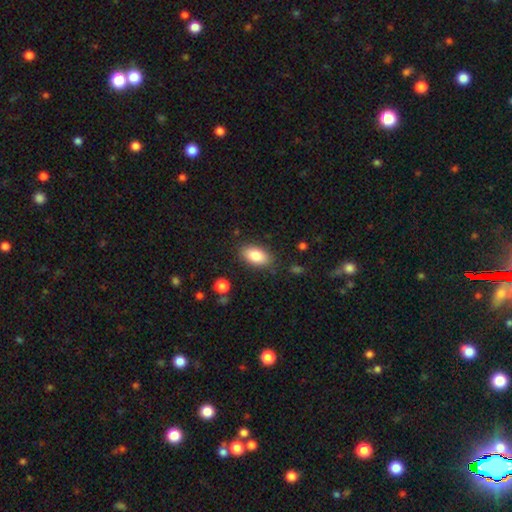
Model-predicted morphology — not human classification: This is clearly a smooth galaxy (84%). How rounded: clearly in between (91%). Merging: clearly none (85%).